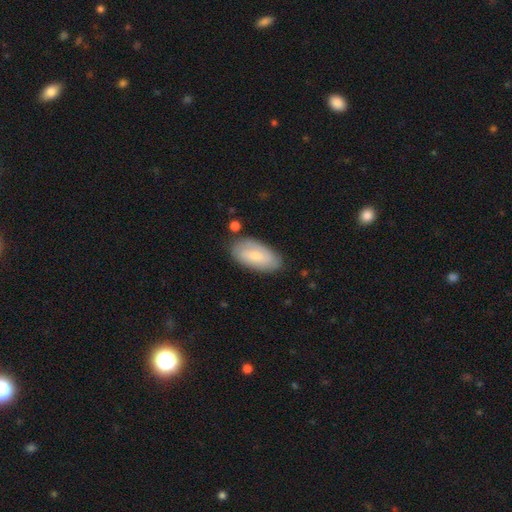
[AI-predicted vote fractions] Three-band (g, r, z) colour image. It shows a smooth galaxy with no disk features (60%) that is in between round and cigar-shaped (92%). Merging: none (78%).